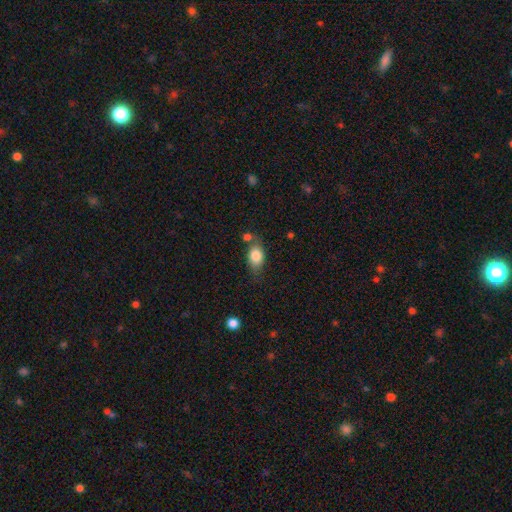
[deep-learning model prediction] This is clearly a smooth galaxy (81%). How rounded: clearly in between (81%). Merging: possibly none (60%).